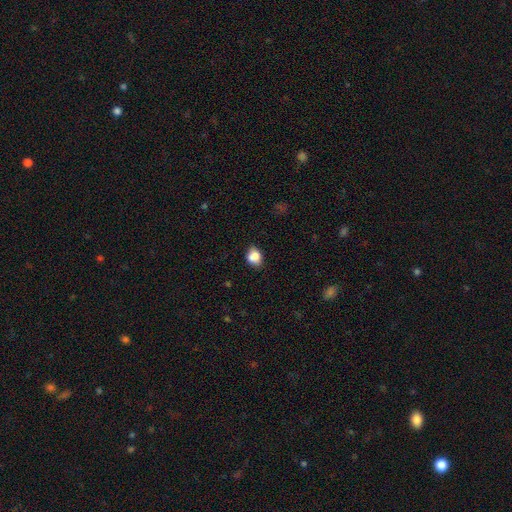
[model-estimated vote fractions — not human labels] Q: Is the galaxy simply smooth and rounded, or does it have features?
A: smooth — 83%.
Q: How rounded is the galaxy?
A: in between — 54%.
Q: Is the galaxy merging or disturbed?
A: none — 64%.